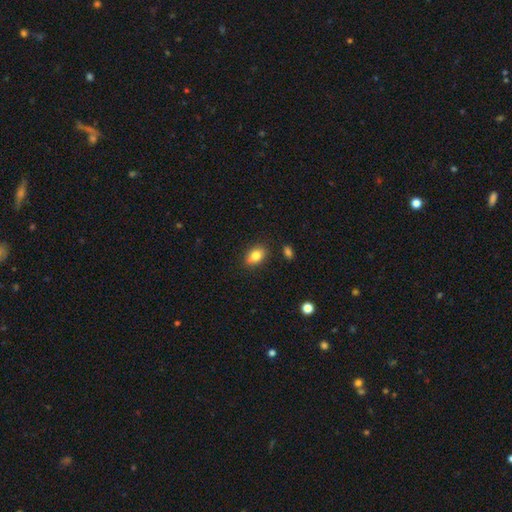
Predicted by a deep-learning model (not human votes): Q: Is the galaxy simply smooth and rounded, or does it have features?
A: smooth — 82%.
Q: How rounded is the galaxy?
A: in between — 80%.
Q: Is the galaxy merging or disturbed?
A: none — 82%.